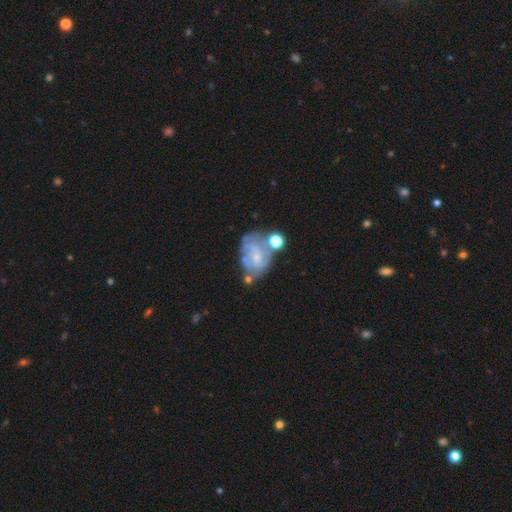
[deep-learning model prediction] Smooth or featured?
  - featured or disk: 67% *
  - smooth: 24%
  - star or artifact: 9%
Edge-on disk?
  - no: 97% *
  - yes: 3%
Bar?
  - no: 69% *
  - weak: 26%
  - strong: 5%
Spiral arms?
  - yes: 72% *
  - no: 28%
Bulge size?
  - small: 64% *
  - moderate: 17%
  - none: 16%
  - large: 2%
  - dominant: 1%
Merging?
  - none: 44% *
  - minor disturbance: 24%
  - major disturbance: 17%
  - merger: 16%